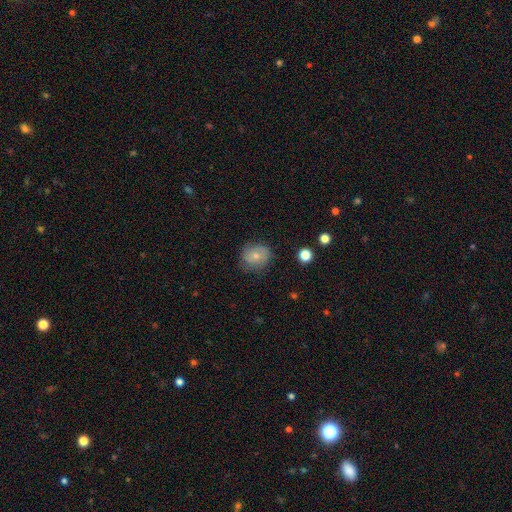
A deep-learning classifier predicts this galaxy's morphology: The model was most divided on "how rounded": round: 65%, in between: 34%, cigar-shaped: 1%. More confident: merging — none (71%); smooth or featured — smooth (66%).